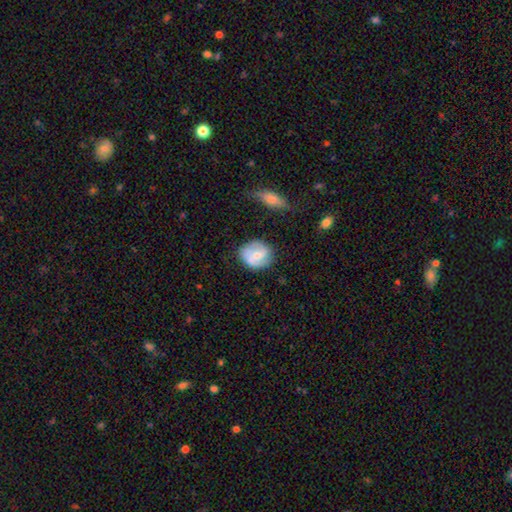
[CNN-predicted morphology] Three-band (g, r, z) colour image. It shows a featured or disk galaxy (52%). Merging: none (68%).